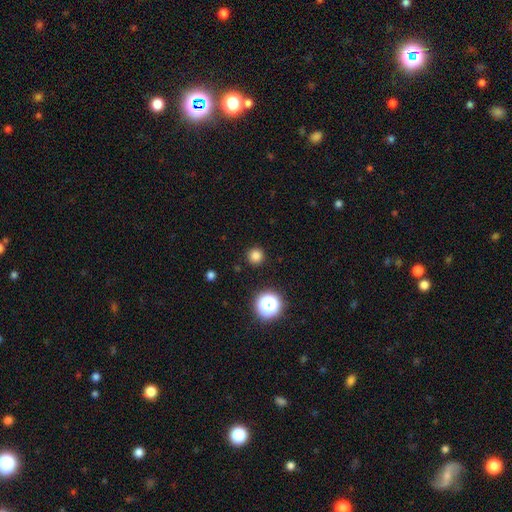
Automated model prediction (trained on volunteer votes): Smooth or featured: smooth — 80% (star or artifact — 15%)
How rounded: round — 96% (in between — 3%)
Merging: none — 92% (minor disturbance — 5%)